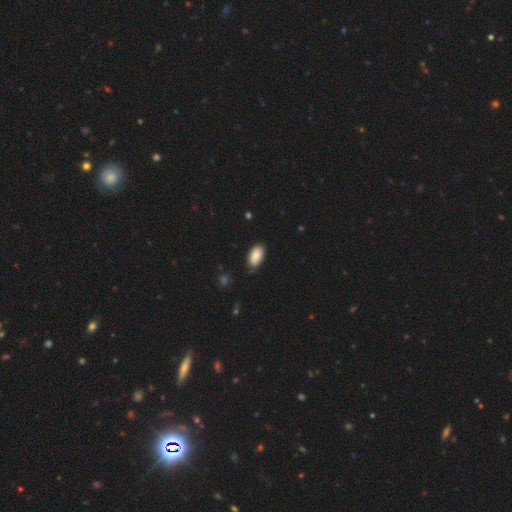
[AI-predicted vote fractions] A smooth galaxy with no disk features (87%) that is in between round and cigar-shaped (94%). Merging: none (69%).